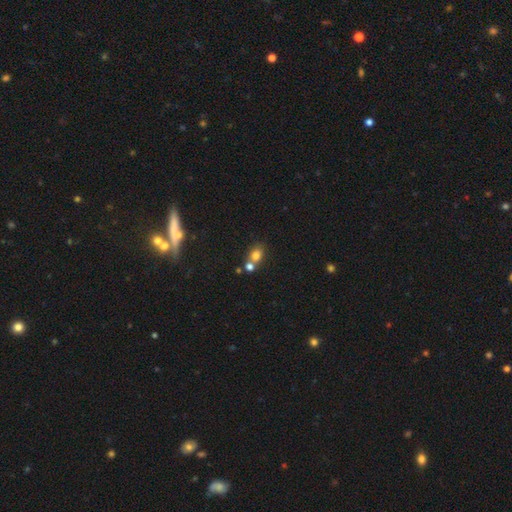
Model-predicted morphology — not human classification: Smooth or featured?
  - smooth: 75% *
  - star or artifact: 15%
  - featured or disk: 10%
How rounded?
  - round: 52% *
  - in between: 46%
  - cigar-shaped: 2%
Merging?
  - none: 48% *
  - merger: 39%
  - minor disturbance: 10%
  - major disturbance: 4%